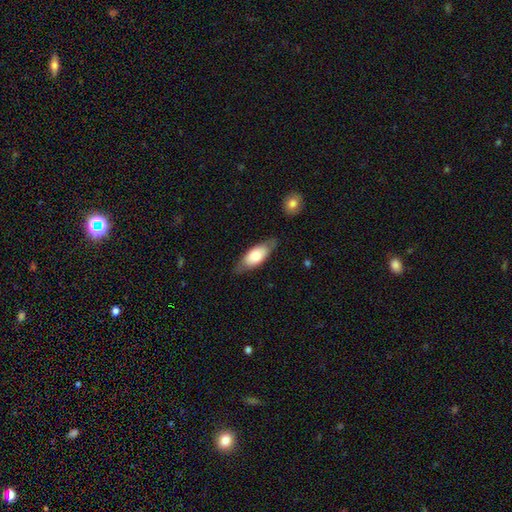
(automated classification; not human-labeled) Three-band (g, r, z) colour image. It shows a smooth galaxy with no disk features (68%) that is in between round and cigar-shaped (80%). Merging: none (75%).